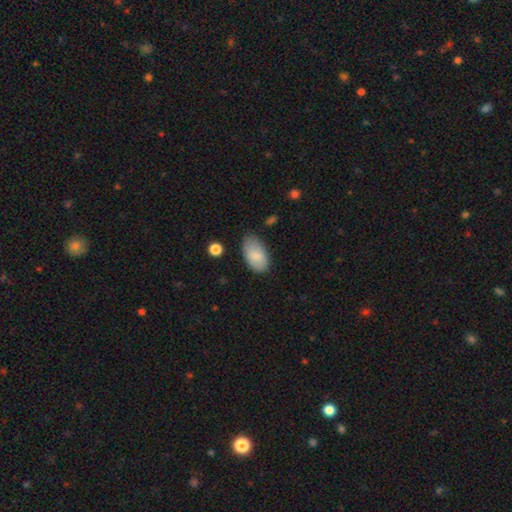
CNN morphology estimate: smooth_or_featured: smooth (p=0.83) [alt: featured or disk p=0.10]
how_rounded: in between (p=0.95) [alt: round p=0.03]
merging: none (p=0.78) [alt: minor disturbance p=0.17]